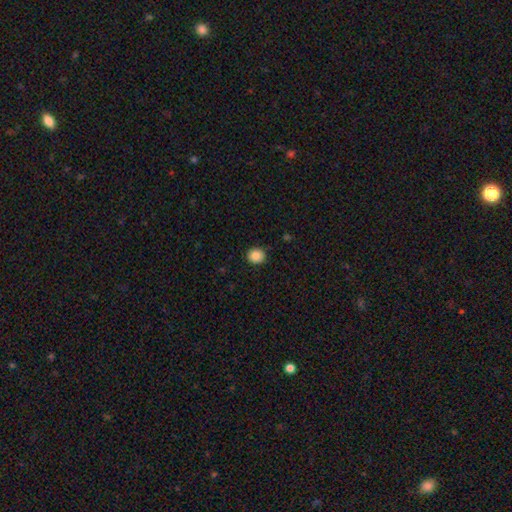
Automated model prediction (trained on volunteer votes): Smooth or featured? smooth (86%)
How rounded? round (85%)
Merging? none (90%)